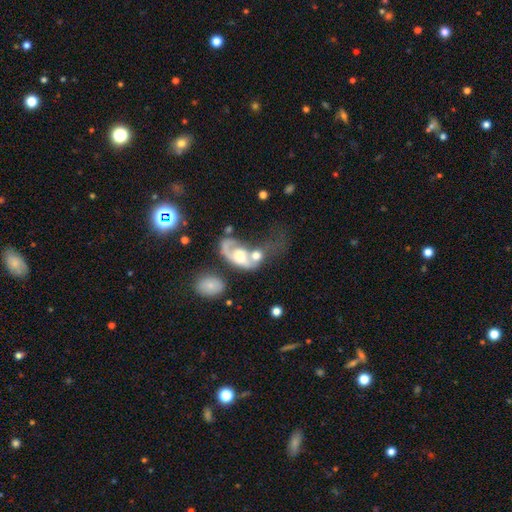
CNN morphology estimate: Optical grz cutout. It shows a featured or disk galaxy (58%) with no bar (65%), spiral arms (66%) and a moderate central bulge (49%). Merging: merger (56%).